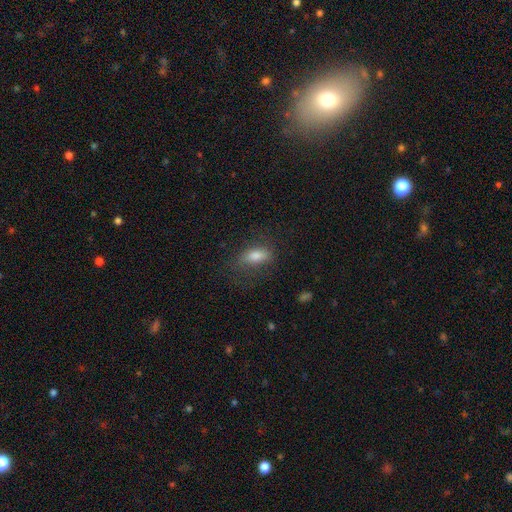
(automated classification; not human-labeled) smooth_or_featured: smooth (p=0.74) [alt: featured or disk p=0.15]
how_rounded: in between (p=0.77) [alt: cigar-shaped p=0.17]
merging: none (p=0.64) [alt: minor disturbance p=0.20]